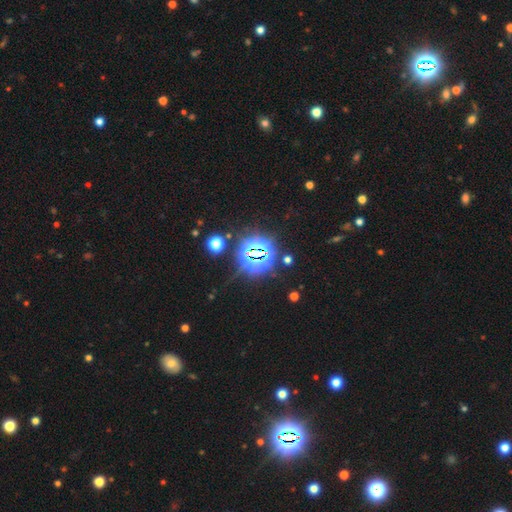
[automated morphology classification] This is likely a star or artifact rather than a galaxy (80%).